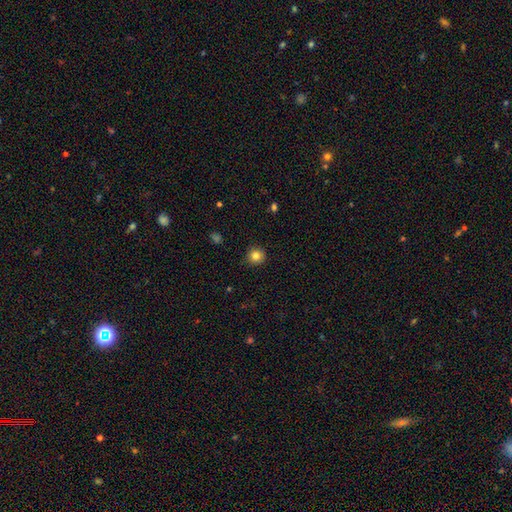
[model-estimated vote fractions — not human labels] Smooth or featured? smooth (83%)
How rounded? round (93%)
Merging? none (91%)